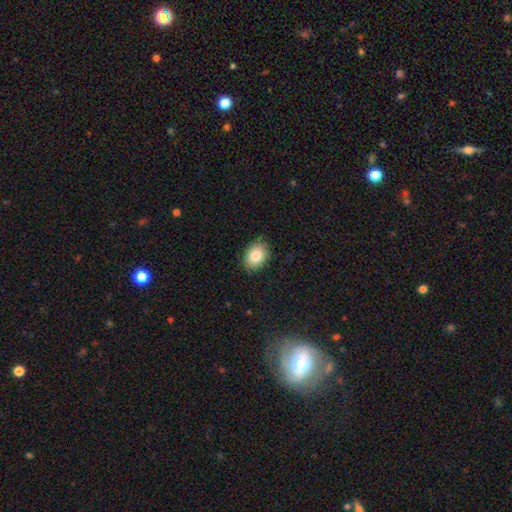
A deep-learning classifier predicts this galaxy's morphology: Smooth or featured: smooth — 84% (featured or disk — 9%)
How rounded: in between — 76% (round — 23%)
Merging: none — 85% (minor disturbance — 12%)